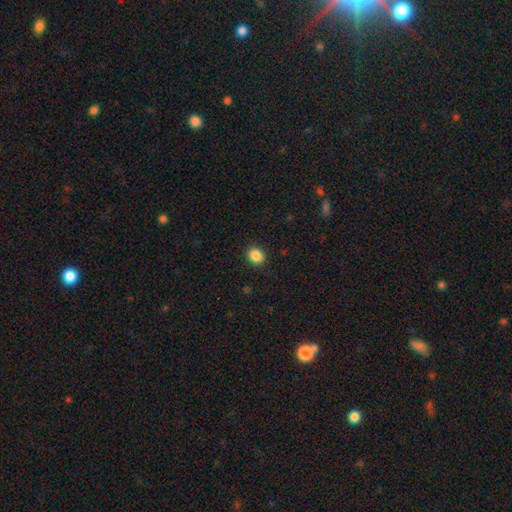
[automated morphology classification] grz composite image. It shows a smooth galaxy with no disk features (88%) that is round (60%). Merging: none (90%).